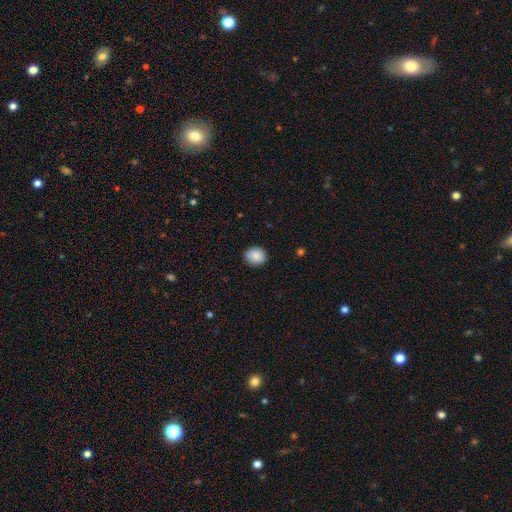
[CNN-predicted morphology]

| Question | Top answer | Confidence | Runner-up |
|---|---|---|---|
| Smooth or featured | smooth | 88% | star or artifact (8%) |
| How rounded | round | 70% | in between (29%) |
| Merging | none | 89% | minor disturbance (8%) |